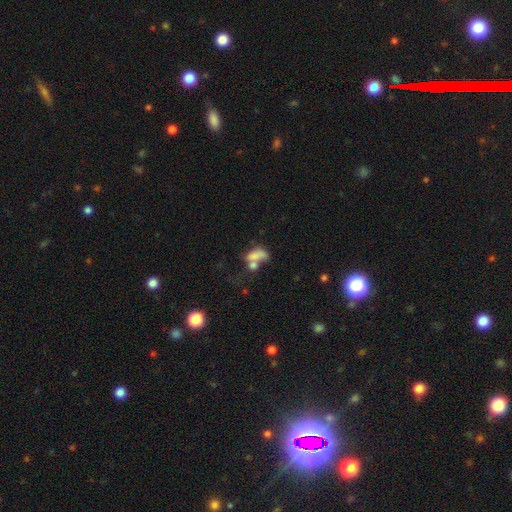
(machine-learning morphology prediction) Overall: smooth (62%; featured or disk 26%). How rounded: in between (82%). Merging: merger (55%; major disturbance 18%).